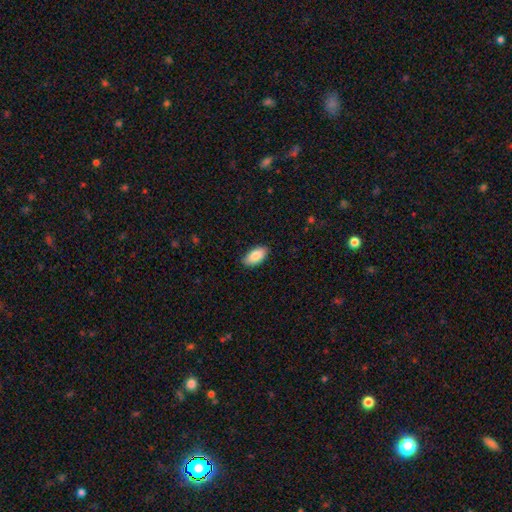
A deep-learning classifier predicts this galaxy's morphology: smooth 88%, star or artifact 6%, featured or disk 6%. Down the decision tree: how rounded — in between (94%); merging — none (86%).